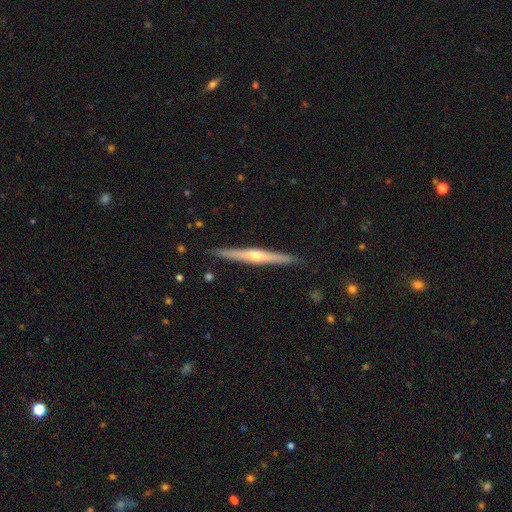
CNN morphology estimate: smooth-or-featured: featured or disk: 71% | smooth: 23% | star or artifact: 6%
  disk-edge-on: yes: 97% | no: 3%
    edge-on-bulge: rounded: 82% | none: 15% | boxy: 3%
  merging: none: 90% | minor disturbance: 8% | major disturbance: 1% | merger: 1%